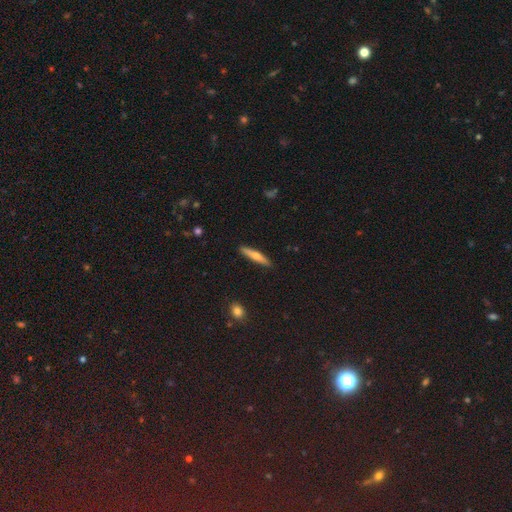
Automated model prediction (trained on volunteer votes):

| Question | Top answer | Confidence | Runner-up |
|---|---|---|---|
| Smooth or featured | smooth | 52% | featured or disk (43%) |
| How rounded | cigar-shaped | 88% | in between (10%) |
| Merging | none | 91% | minor disturbance (7%) |